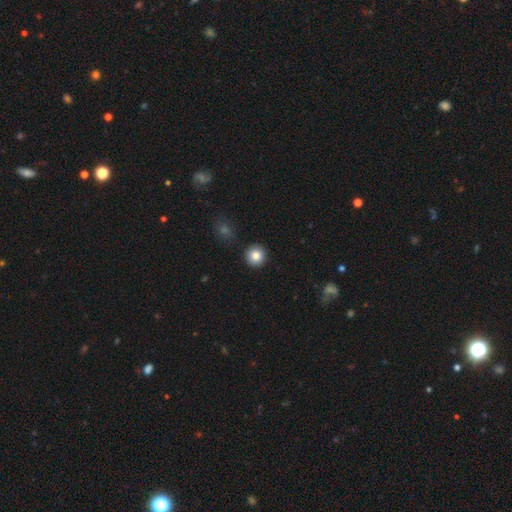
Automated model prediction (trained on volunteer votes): Smooth or featured: smooth — 84% (star or artifact — 10%)
How rounded: round — 94% (in between — 5%)
Merging: none — 91% (minor disturbance — 5%)